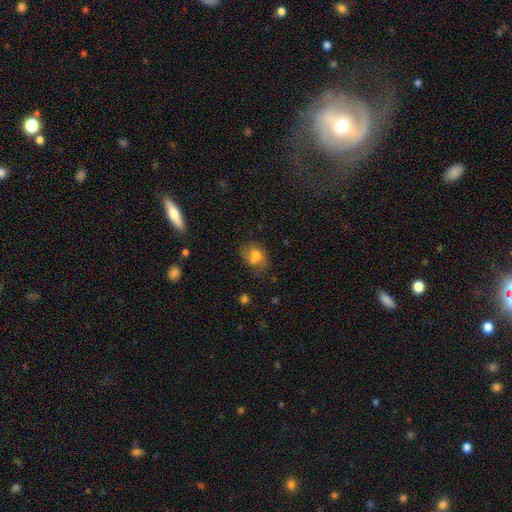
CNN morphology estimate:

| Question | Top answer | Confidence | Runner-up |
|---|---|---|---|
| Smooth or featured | smooth | 67% | featured or disk (22%) |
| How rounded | in between | 66% | round (33%) |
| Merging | none | 45% | merger (24%) |